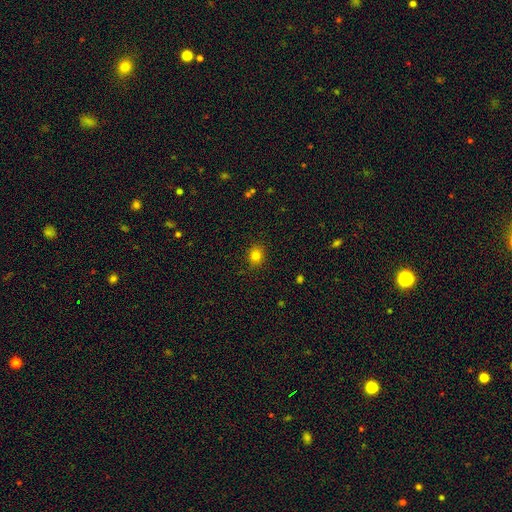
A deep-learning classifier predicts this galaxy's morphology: smooth 81%, star or artifact 13%, featured or disk 6%. Down the decision tree: how rounded — round (66%); merging — none (88%).